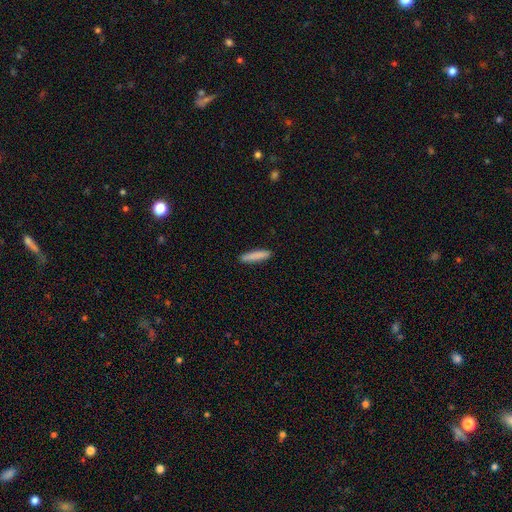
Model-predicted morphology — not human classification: type=smooth (86%); roundness=cigar-shaped (87%); merging=none (90%).